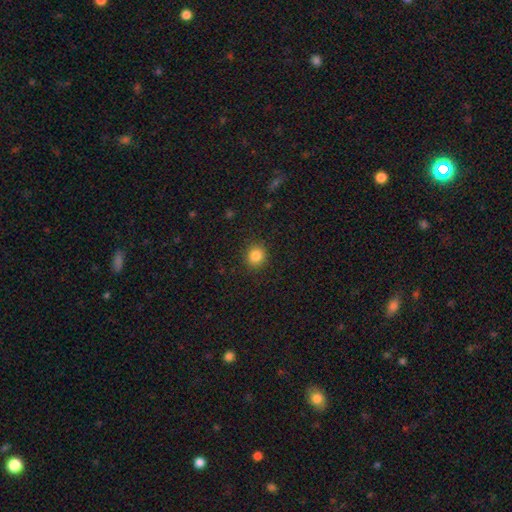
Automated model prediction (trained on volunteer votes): Smooth or featured?
  - smooth: 85% *
  - star or artifact: 11%
  - featured or disk: 4%
How rounded?
  - round: 88% *
  - in between: 11%
  - cigar-shaped: 1%
Merging?
  - none: 91% *
  - minor disturbance: 6%
  - major disturbance: 2%
  - merger: 1%